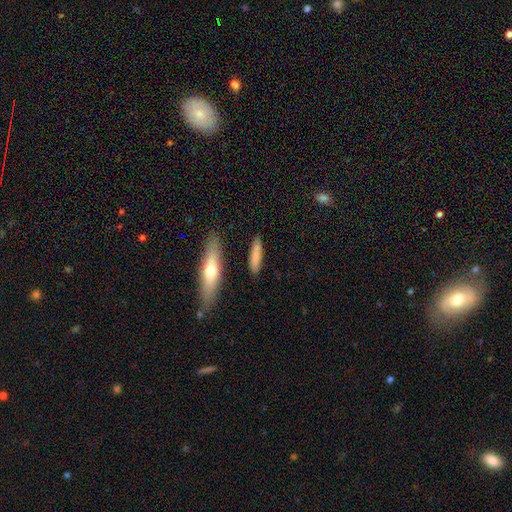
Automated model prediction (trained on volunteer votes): Morphology: type=smooth (79%); roundness=cigar-shaped (80%); merging=none (84%).